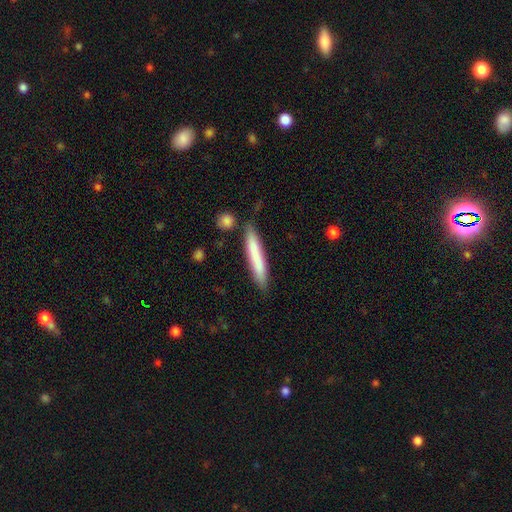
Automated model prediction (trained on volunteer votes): The model was most divided on "smooth or featured": smooth: 72%, featured or disk: 22%, star or artifact: 6%. More confident: how rounded — cigar-shaped (94%); merging — none (80%).